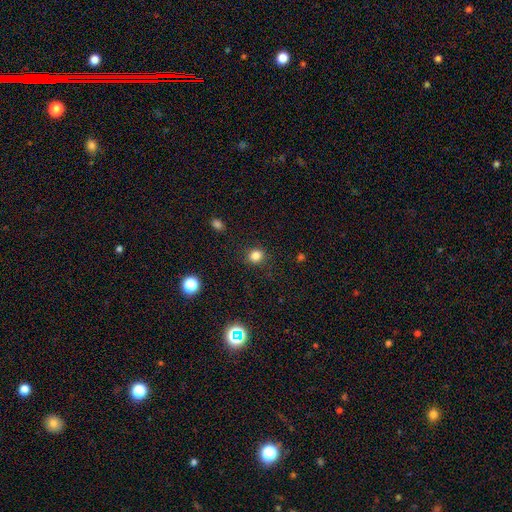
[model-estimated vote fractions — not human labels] A smooth galaxy with no disk features (82%) that is round (82%). Merging: none (88%).